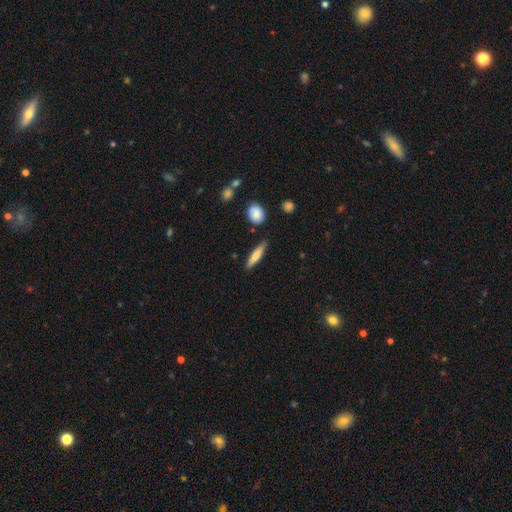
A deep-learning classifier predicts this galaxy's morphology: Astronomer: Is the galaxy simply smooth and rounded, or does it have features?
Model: smooth — 71%.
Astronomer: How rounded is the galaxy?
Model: cigar-shaped — 81%.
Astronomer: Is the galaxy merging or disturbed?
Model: none — 84%.